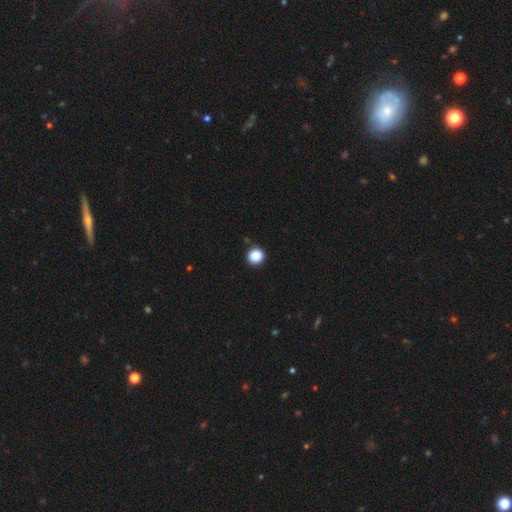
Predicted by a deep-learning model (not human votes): smooth 87%, star or artifact 11%, featured or disk 3%. Down the decision tree: how rounded — round (94%); merging — none (91%).